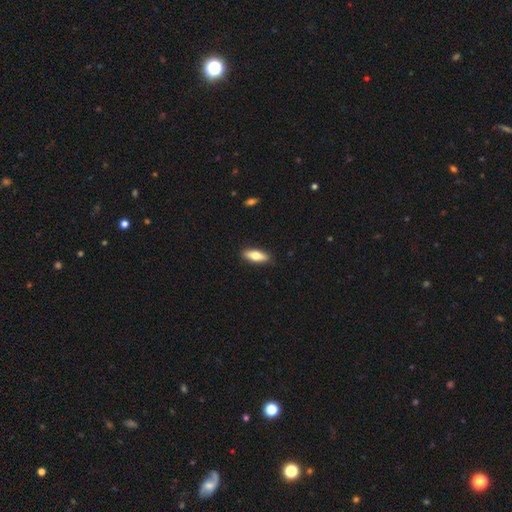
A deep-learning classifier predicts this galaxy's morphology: Smooth or featured? Predicted: smooth (p=0.68). How rounded? Predicted: in between (p=0.62). Merging? Predicted: none (p=0.89).